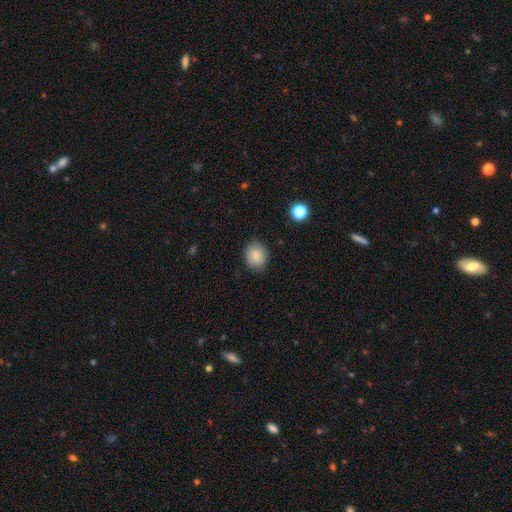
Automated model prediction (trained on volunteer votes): Smooth or featured: smooth — 82% (featured or disk — 9%)
How rounded: round — 68% (in between — 31%)
Merging: none — 82% (minor disturbance — 14%)